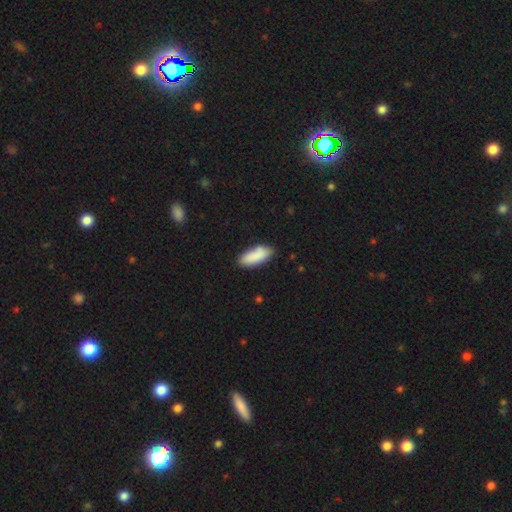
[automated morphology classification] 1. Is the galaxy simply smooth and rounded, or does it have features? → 88% smooth, 6% featured or disk, 6% star or artifact.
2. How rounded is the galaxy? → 76% in between, 23% cigar-shaped, 2% round.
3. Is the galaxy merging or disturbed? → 81% none, 15% minor disturbance, 3% major disturbance, 2% merger.